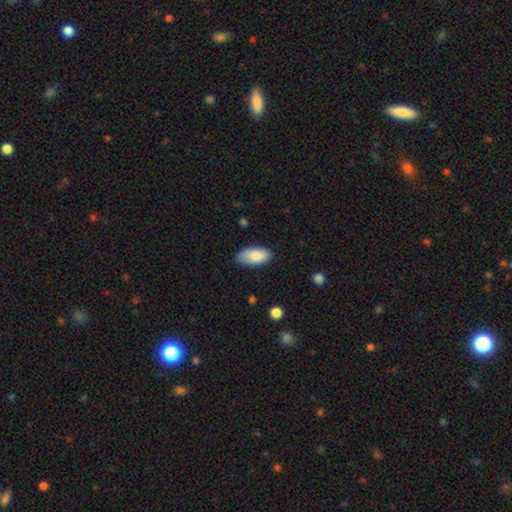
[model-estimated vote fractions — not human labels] This appears to be a smooth galaxy with no disk features (84%) that is in between round and cigar-shaped (92%). Merging: none (78%).